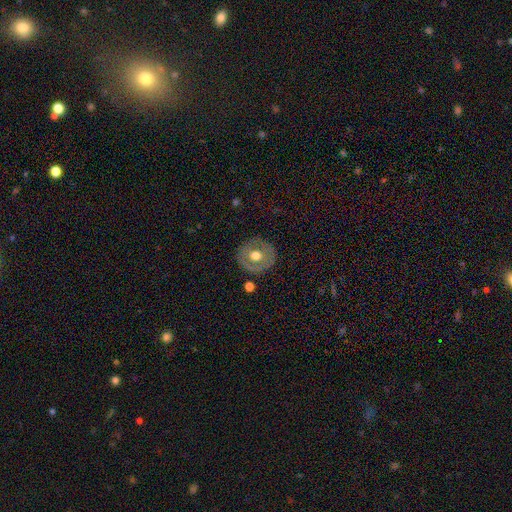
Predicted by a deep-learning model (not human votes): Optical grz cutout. It shows a smooth galaxy with no disk features (47%). Merging: none (83%).